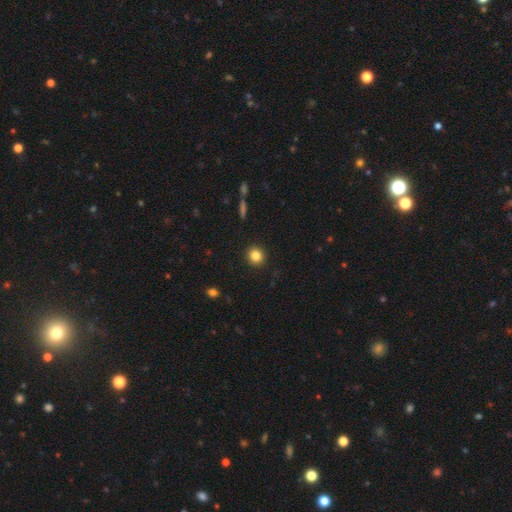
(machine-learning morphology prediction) Smooth or featured? smooth (83%)
How rounded? round (88%)
Merging? none (92%)